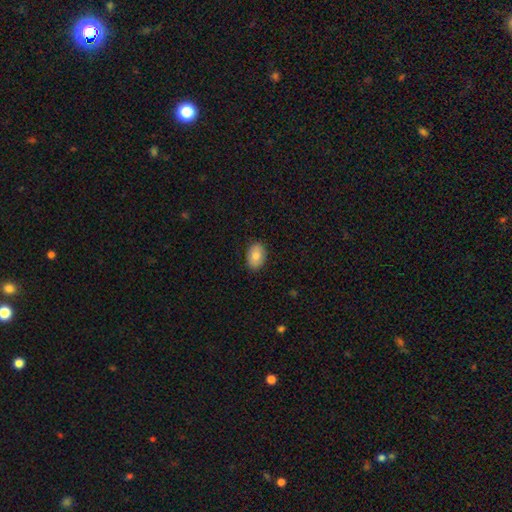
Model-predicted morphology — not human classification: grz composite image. It shows a smooth galaxy with no disk features (82%) that is in between round and cigar-shaped (86%). Merging: none (89%).